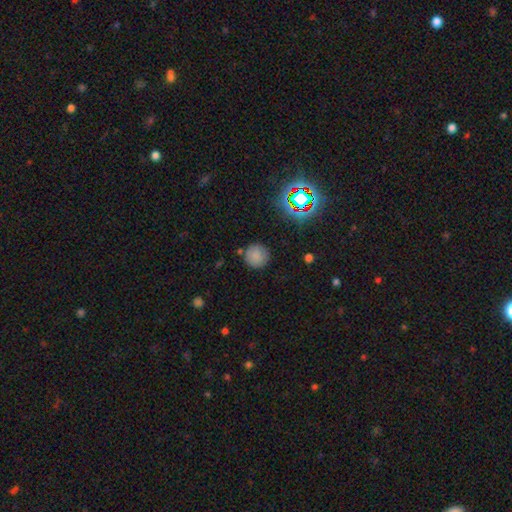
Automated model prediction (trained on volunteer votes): This is likely a smooth galaxy (79%). How rounded: clearly round (94%). Merging: clearly none (84%).